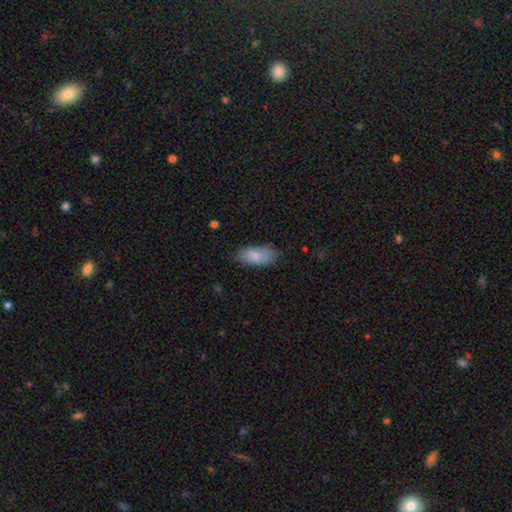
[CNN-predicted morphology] smooth-or-featured: smooth: 81% | featured or disk: 13% | star or artifact: 6%
  how-rounded: in between: 89% | cigar-shaped: 8% | round: 2%
  merging: none: 70% | minor disturbance: 23% | major disturbance: 5% | merger: 1%